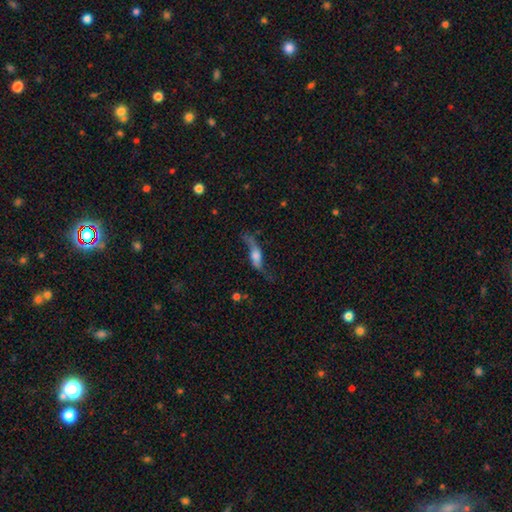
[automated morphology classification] This is possibly a featured or disk galaxy (60%). It is possibly not viewed edge-on (54%). Merging: possibly none (50%).